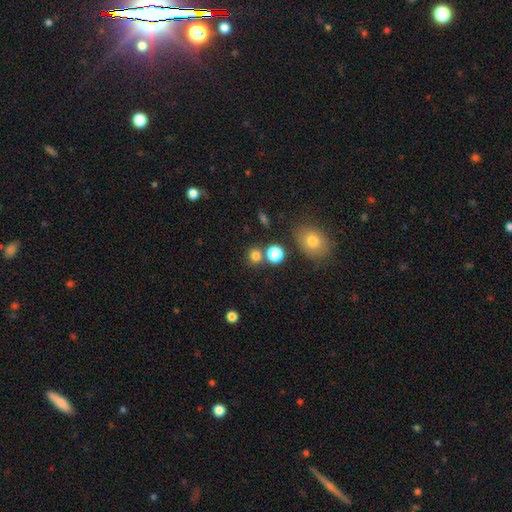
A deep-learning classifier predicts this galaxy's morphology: Q: Smooth or featured?
A: smooth (78%); runner-up: star or artifact (16%)
Q: How rounded?
A: round (84%); runner-up: in between (14%)
Q: Merging?
A: none (69%); runner-up: merger (19%)